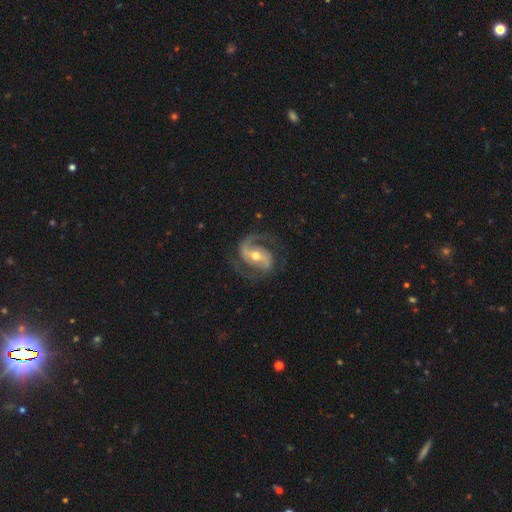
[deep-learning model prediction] A featured or disk galaxy (89%) with a strong bar (40%), 2 (87%) medium (56%) spiral arms (97%) and a moderate central bulge (66%).

Vote fractions:
- Smooth or featured? featured or disk: 89% / smooth: 6% / star or artifact: 5%
- Edge-on disk? no: 97% / yes: 3%
- Bar? strong: 40% / weak: 38% / no: 22%
- Spiral arms? yes: 97% / no: 3%
- Spiral winding? medium: 56% / loose: 24% / tight: 20%
- Spiral arm count? 2: 87% / 1: 7% / can't tell: 3% / 3: 2% / 4: 1% / more than 4: 1%
- Bulge size? moderate: 66% / small: 28% / large: 4% / none: 1% / dominant: 1%
- Merging? none: 74% / minor disturbance: 15% / major disturbance: 10% / merger: 1%